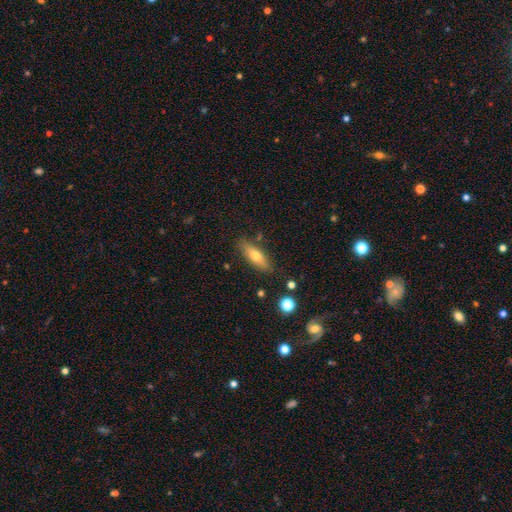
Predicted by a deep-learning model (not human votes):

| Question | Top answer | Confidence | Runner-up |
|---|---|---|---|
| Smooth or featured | smooth | 60% | featured or disk (32%) |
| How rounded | in between | 53% | cigar-shaped (44%) |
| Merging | none | 84% | minor disturbance (11%) |